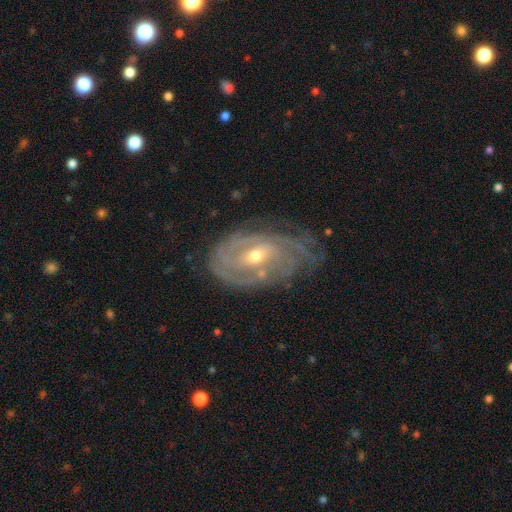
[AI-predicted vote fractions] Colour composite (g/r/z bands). It shows a featured or disk galaxy (84%) with a weak bar (46%), tight (72%) spiral arms (90%) and a small central bulge (49%). Merging: none (58%).